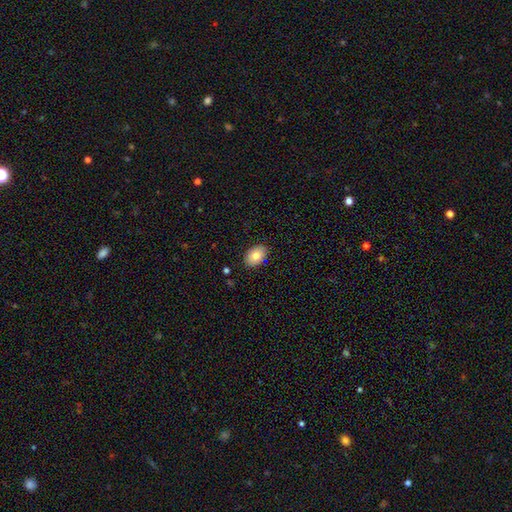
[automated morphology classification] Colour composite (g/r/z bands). It shows a smooth galaxy with no disk features (81%) that is in between round and cigar-shaped (88%). Merging: none (87%).